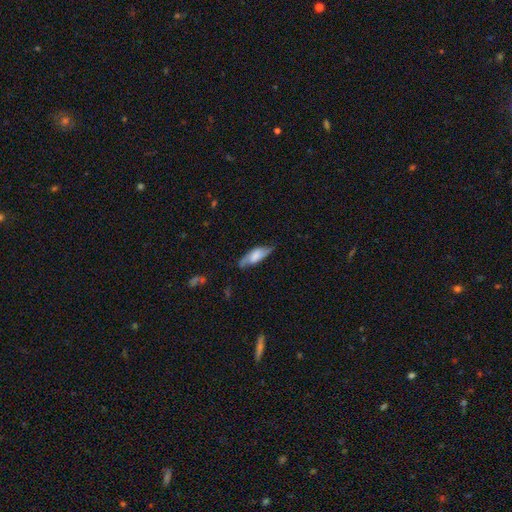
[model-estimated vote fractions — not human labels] A smooth galaxy with no disk features (47%).

Vote fractions:
- Smooth or featured? smooth: 47% / featured or disk: 46% / star or artifact: 7%
- Merging? none: 67% / minor disturbance: 24% / major disturbance: 7% / merger: 2%